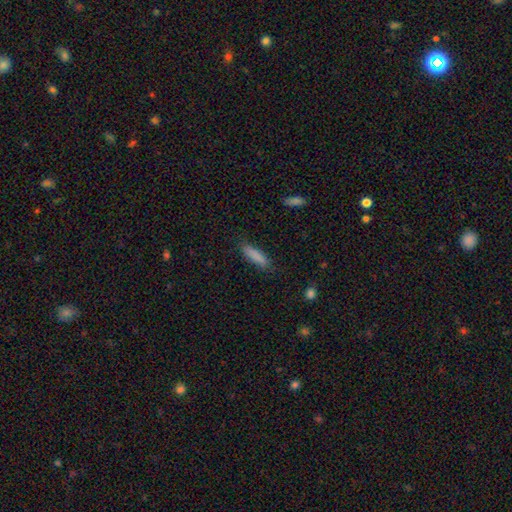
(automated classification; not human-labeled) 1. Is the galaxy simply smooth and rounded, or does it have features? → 86% smooth, 7% star or artifact, 7% featured or disk.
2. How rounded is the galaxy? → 72% cigar-shaped, 26% in between, 1% round.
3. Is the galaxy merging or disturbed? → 83% none, 12% minor disturbance, 3% major disturbance, 1% merger.